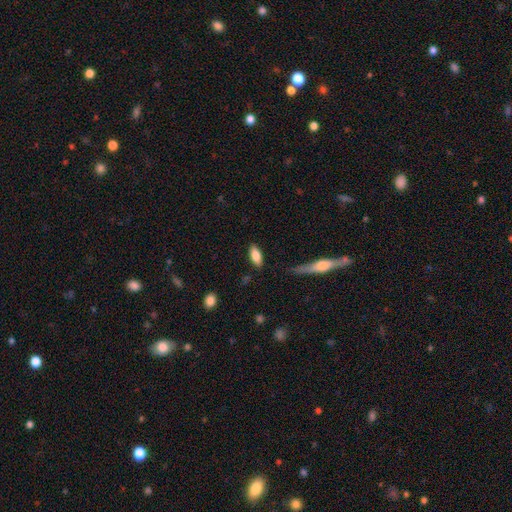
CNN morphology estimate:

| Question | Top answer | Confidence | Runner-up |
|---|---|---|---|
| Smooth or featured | smooth | 82% | featured or disk (12%) |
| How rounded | in between | 82% | cigar-shaped (16%) |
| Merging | none | 84% | minor disturbance (11%) |